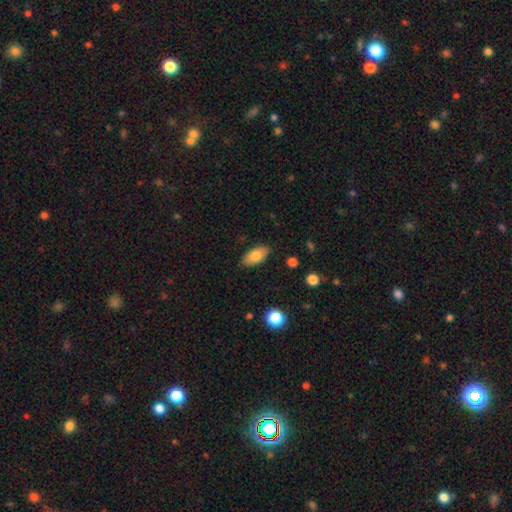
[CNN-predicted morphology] A smooth galaxy with no disk features (80%) that is in between round and cigar-shaped (91%). Merging: none (85%).